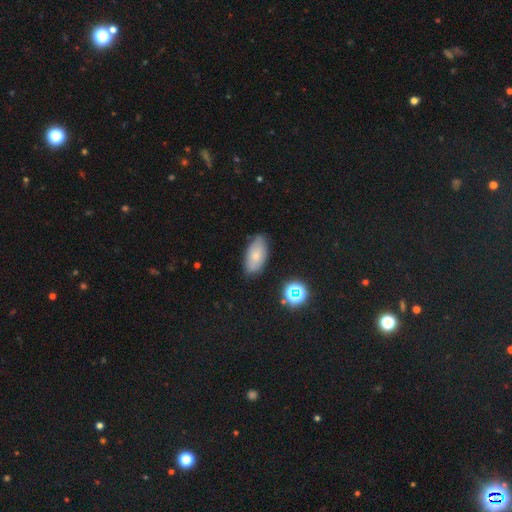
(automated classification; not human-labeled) Smooth or featured? Predicted: smooth (p=0.71). How rounded? Predicted: in between (p=0.92). Merging? Predicted: none (p=0.77).